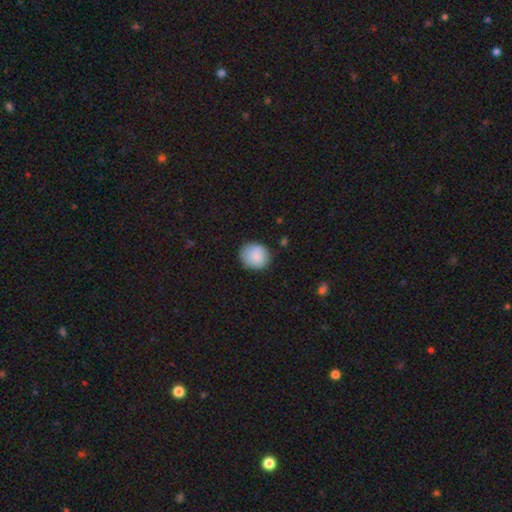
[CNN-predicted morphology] This appears to be a smooth galaxy with no disk features (84%) that is round (80%). Merging: none (80%).